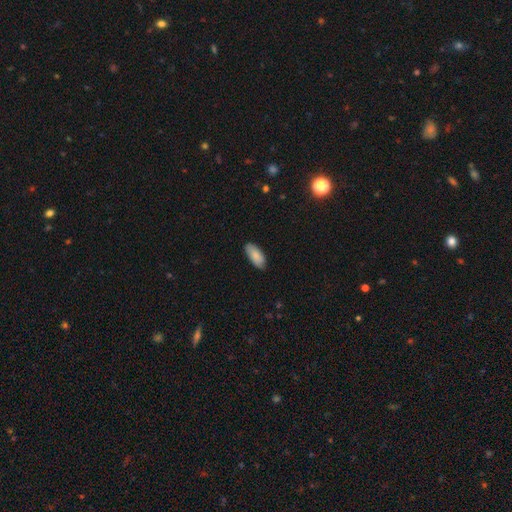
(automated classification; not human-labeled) Morphology: type=smooth (85%); roundness=in between (90%); merging=none (82%).